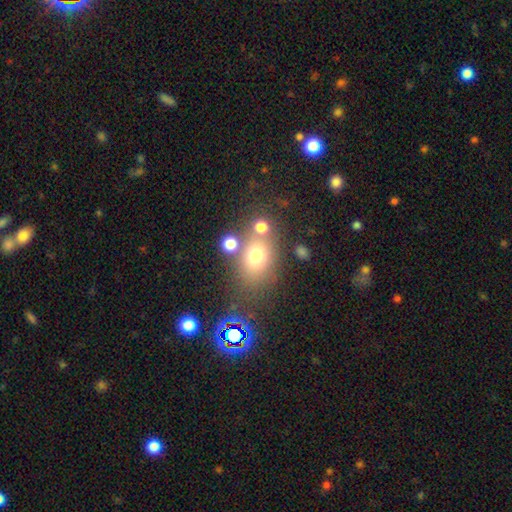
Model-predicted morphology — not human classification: Smooth or featured? smooth (69%)
How rounded? in between (55%)
Merging? none (61%)